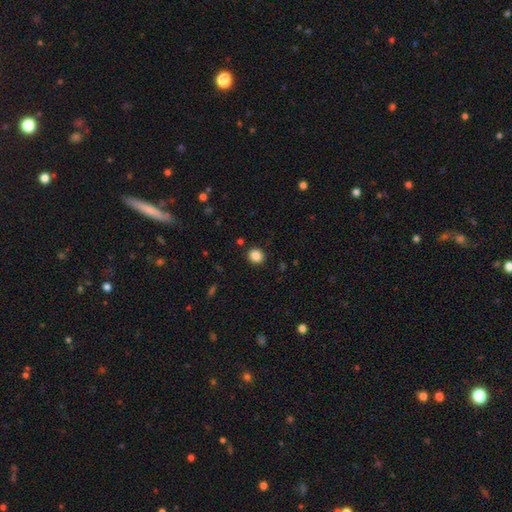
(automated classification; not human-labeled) smooth-or-featured: smooth: 86% | star or artifact: 10% | featured or disk: 4%
  how-rounded: round: 78% | in between: 21% | cigar-shaped: 1%
  merging: none: 90% | minor disturbance: 7% | major disturbance: 2% | merger: 1%